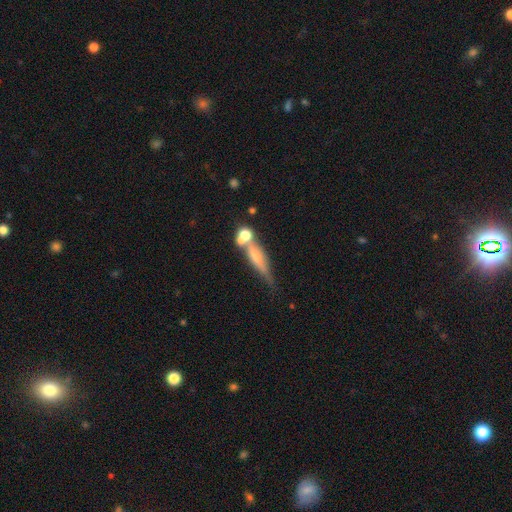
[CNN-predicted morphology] This appears to be a featured or disk galaxy (47%). Merging: none (50%).